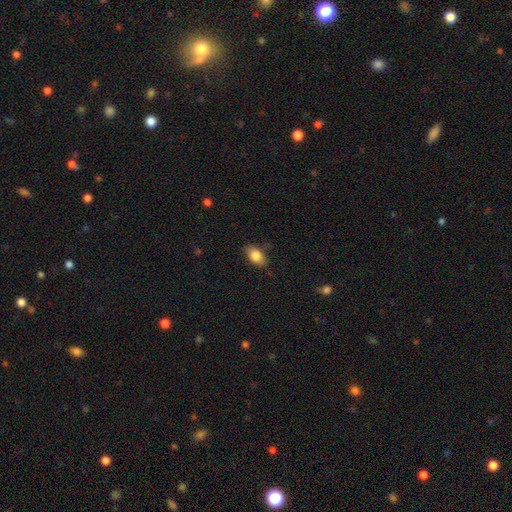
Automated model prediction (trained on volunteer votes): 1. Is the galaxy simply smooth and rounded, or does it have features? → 83% smooth, 10% featured or disk, 7% star or artifact.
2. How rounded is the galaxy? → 90% in between, 7% round, 3% cigar-shaped.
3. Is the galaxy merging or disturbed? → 80% none, 16% minor disturbance, 3% major disturbance, 1% merger.